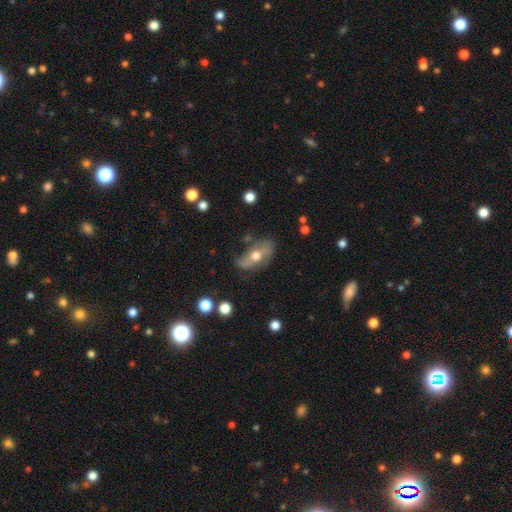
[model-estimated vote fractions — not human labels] A featured or disk galaxy (50%).

Vote fractions:
- Smooth or featured? featured or disk: 50% / smooth: 41% / star or artifact: 9%
- Merging? none: 61% / minor disturbance: 25% / major disturbance: 11% / merger: 3%